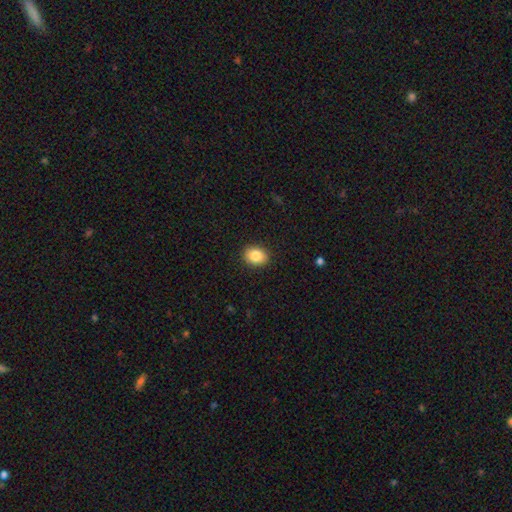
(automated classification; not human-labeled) Smooth or featured? Predicted: smooth (p=0.86). How rounded? Predicted: in between (p=0.65). Merging? Predicted: none (p=0.90).